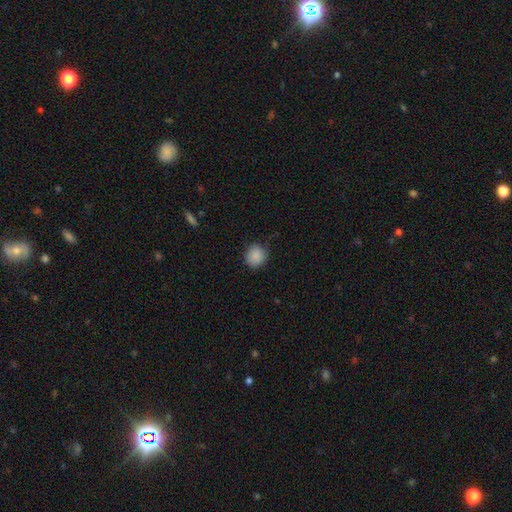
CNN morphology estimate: Smooth or featured? Predicted: smooth (p=0.88). How rounded? Predicted: round (p=0.86). Merging? Predicted: none (p=0.84).